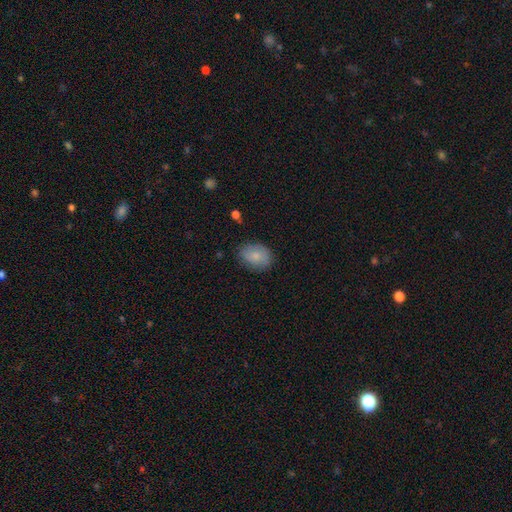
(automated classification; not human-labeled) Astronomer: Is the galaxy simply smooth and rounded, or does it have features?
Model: smooth — 78%.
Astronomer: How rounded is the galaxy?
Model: in between — 67%.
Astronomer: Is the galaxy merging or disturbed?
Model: none — 80%.